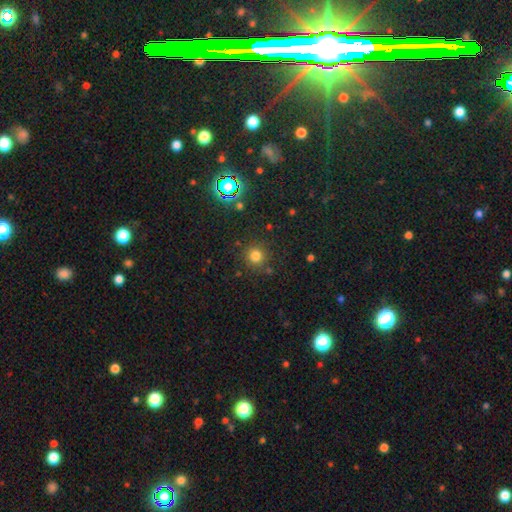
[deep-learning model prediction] Smooth or featured?
  - smooth: 76% *
  - star or artifact: 19%
  - featured or disk: 6%
How rounded?
  - round: 93% *
  - in between: 6%
  - cigar-shaped: 1%
Merging?
  - none: 85% *
  - minor disturbance: 8%
  - merger: 4%
  - major disturbance: 3%